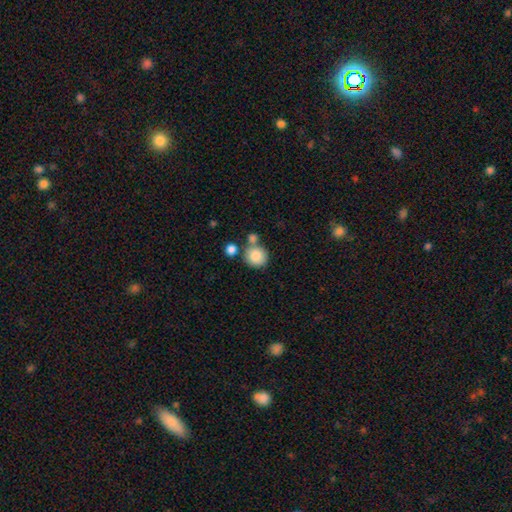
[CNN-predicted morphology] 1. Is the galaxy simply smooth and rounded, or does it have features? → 83% smooth, 8% star or artifact, 8% featured or disk.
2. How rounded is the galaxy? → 89% round, 10% in between, 1% cigar-shaped.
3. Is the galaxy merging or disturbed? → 60% none, 24% merger, 12% minor disturbance, 4% major disturbance.